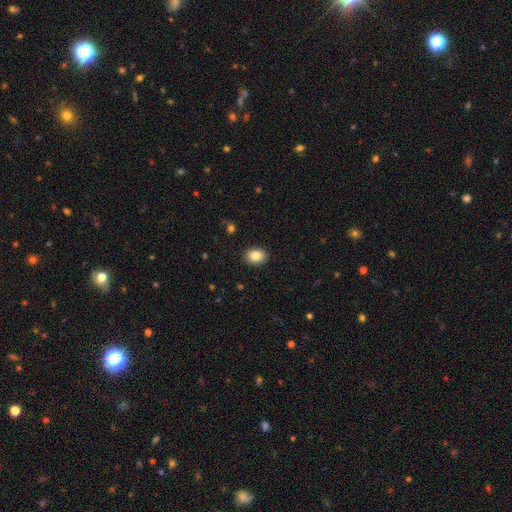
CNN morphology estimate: A smooth galaxy with no disk features (85%) that is in between round and cigar-shaped (62%). Merging: none (91%).